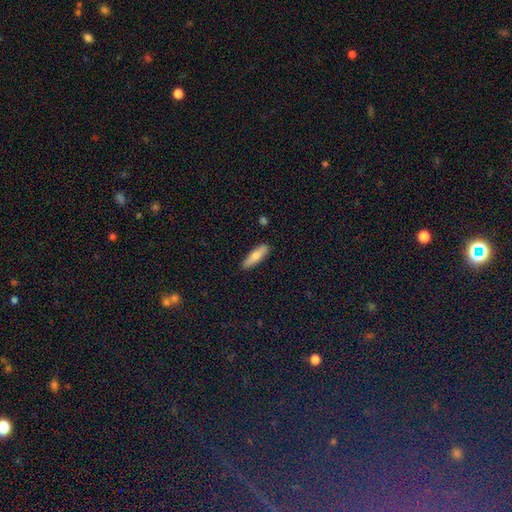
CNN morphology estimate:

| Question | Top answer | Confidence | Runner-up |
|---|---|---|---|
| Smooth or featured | smooth | 73% | featured or disk (21%) |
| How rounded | cigar-shaped | 61% | in between (37%) |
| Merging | none | 87% | minor disturbance (9%) |